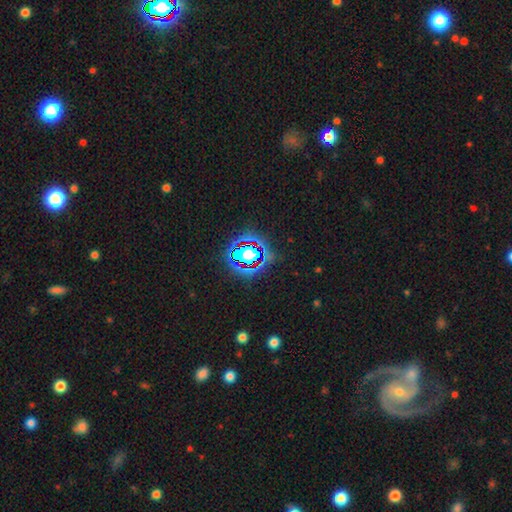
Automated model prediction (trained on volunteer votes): A star or artifact, not a galaxy (73%).

Vote fractions:
- Smooth or featured? star or artifact: 73% / smooth: 14% / featured or disk: 13%